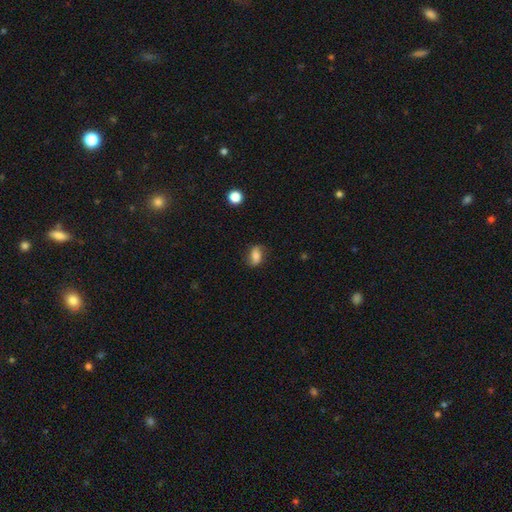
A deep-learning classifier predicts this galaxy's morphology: Smooth or featured? smooth (66%)
How rounded? in between (80%)
Merging? none (74%)